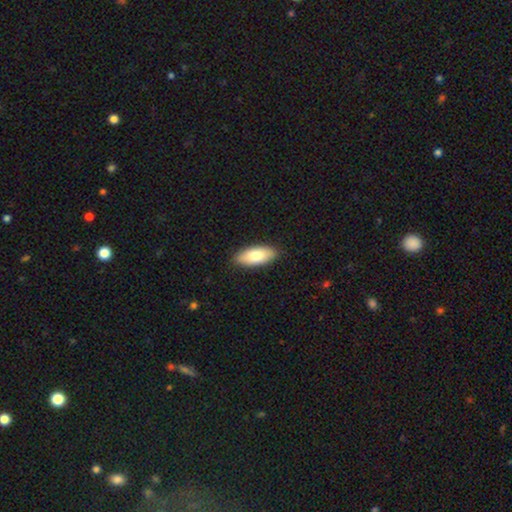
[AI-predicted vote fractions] smooth-or-featured: smooth: 78% | featured or disk: 16% | star or artifact: 6%
  how-rounded: in between: 85% | cigar-shaped: 12% | round: 2%
  merging: none: 88% | minor disturbance: 9% | major disturbance: 2% | merger: 1%